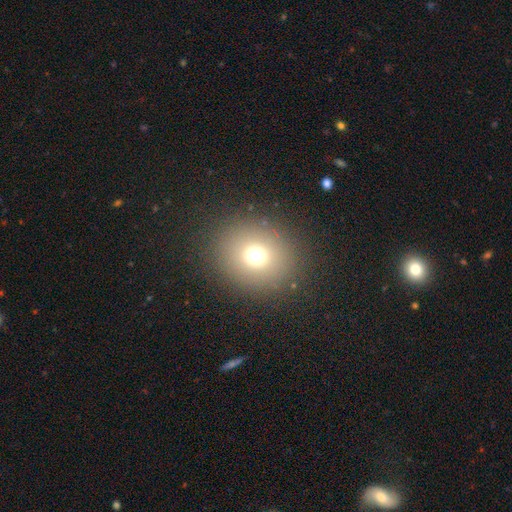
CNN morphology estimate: Smooth or featured?
  - smooth: 71% *
  - star or artifact: 19%
  - featured or disk: 11%
How rounded?
  - round: 76% *
  - in between: 23%
  - cigar-shaped: 1%
Merging?
  - none: 88% *
  - minor disturbance: 7%
  - major disturbance: 4%
  - merger: 1%